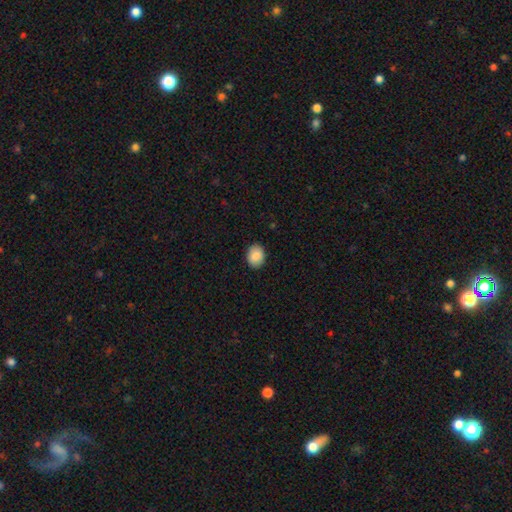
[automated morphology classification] Smooth or featured? Predicted: smooth (p=0.87). How rounded? Predicted: in between (p=0.62). Merging? Predicted: none (p=0.89).